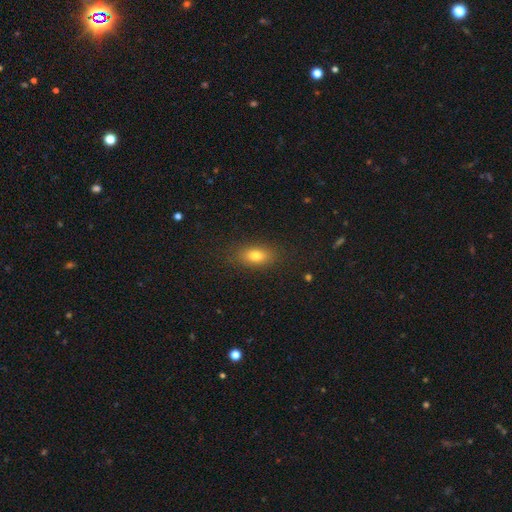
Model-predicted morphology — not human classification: Smooth or featured?
  - smooth: 78% *
  - featured or disk: 11%
  - star or artifact: 11%
How rounded?
  - in between: 81% *
  - round: 10%
  - cigar-shaped: 9%
Merging?
  - none: 85% *
  - minor disturbance: 11%
  - major disturbance: 3%
  - merger: 1%